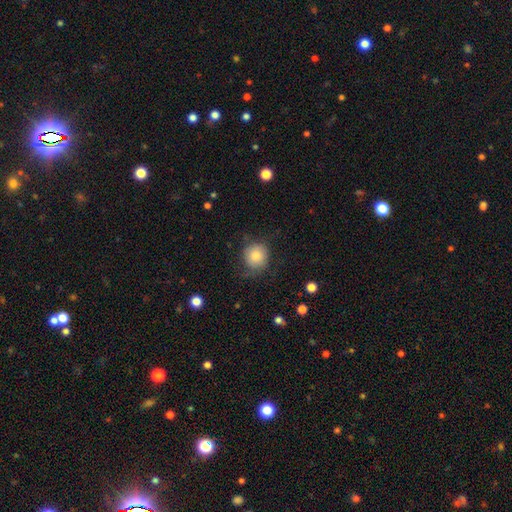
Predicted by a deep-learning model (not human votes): The model was most divided on "merging": none: 72%, minor disturbance: 19%, major disturbance: 7%, merger: 1%. More confident: how rounded — round (89%); smooth or featured — smooth (80%).